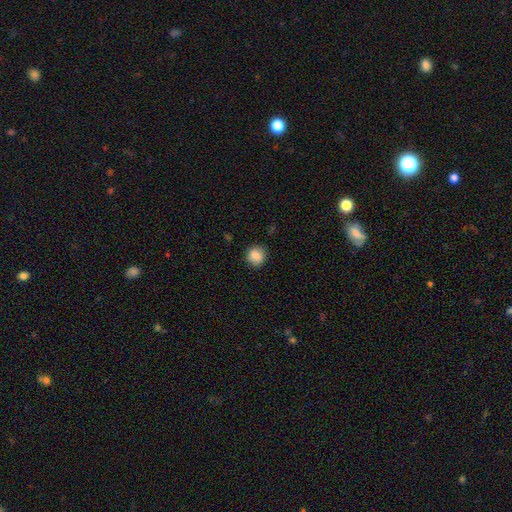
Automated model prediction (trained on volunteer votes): The model was most divided on "how rounded": round: 82%, in between: 17%, cigar-shaped: 1%. More confident: merging — none (86%); smooth or featured — smooth (85%).